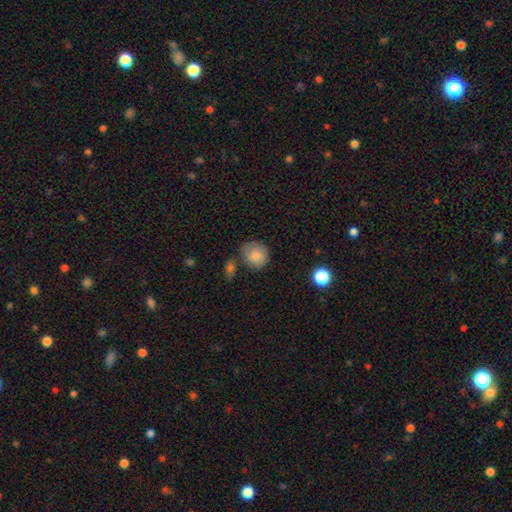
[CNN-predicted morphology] This is clearly a smooth galaxy (83%). How rounded: clearly round (81%). Merging: likely none (67%).